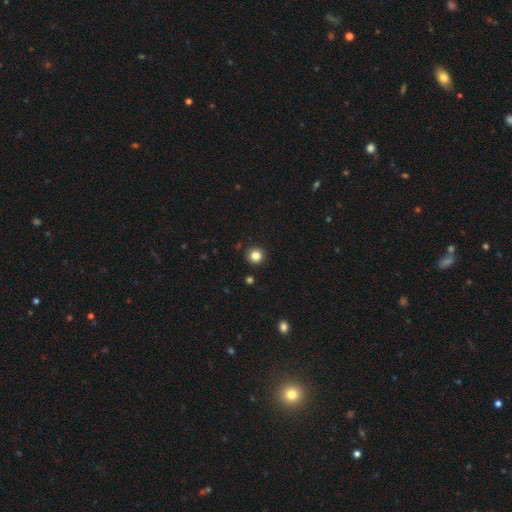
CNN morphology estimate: The model was most divided on "smooth or featured": smooth: 84%, star or artifact: 12%, featured or disk: 4%. More confident: how rounded — round (95%); merging — none (93%).